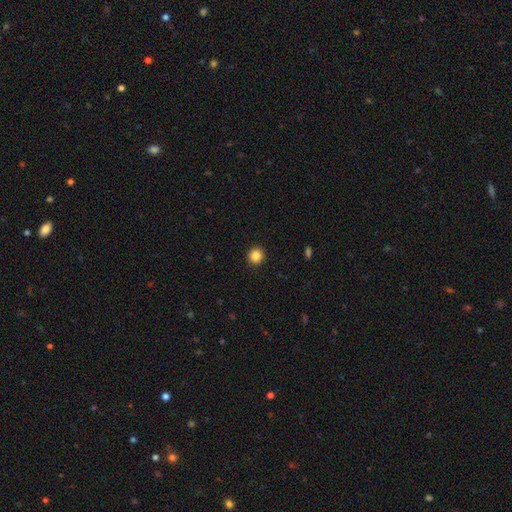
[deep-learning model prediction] A smooth galaxy with no disk features (85%) that is round (93%).

Vote fractions:
- Smooth or featured? smooth: 85% / star or artifact: 11% / featured or disk: 4%
- How rounded? round: 93% / in between: 6% / cigar-shaped: 1%
- Merging? none: 93% / minor disturbance: 5% / major disturbance: 2% / merger: 1%